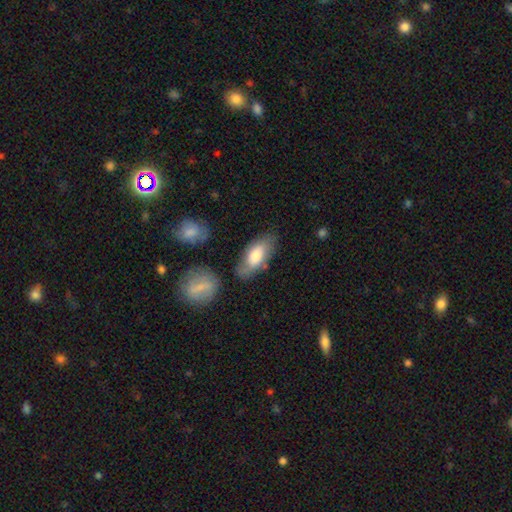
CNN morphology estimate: type=smooth (74%); roundness=in between (85%); merging=none (67%).